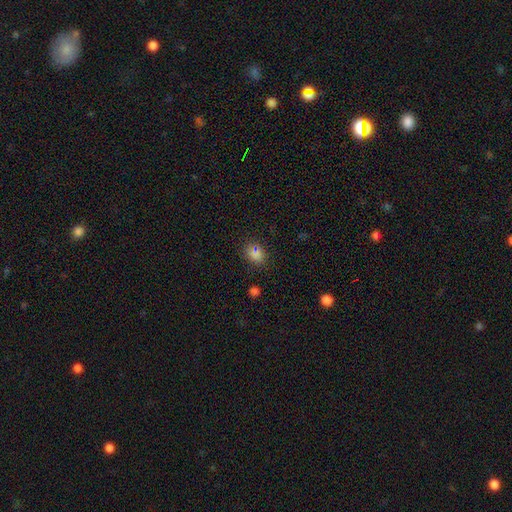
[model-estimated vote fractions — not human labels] Smooth or featured? Predicted: smooth (p=0.77). How rounded? Predicted: in between (p=0.61). Merging? Predicted: none (p=0.83).